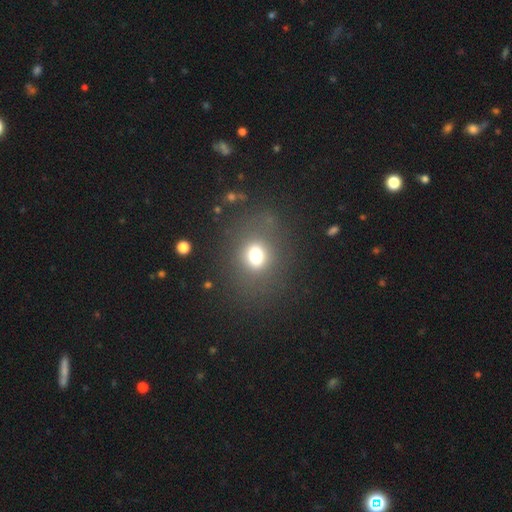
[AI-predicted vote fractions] Morphology: type=smooth (71%); roundness=round (61%); merging=none (79%).